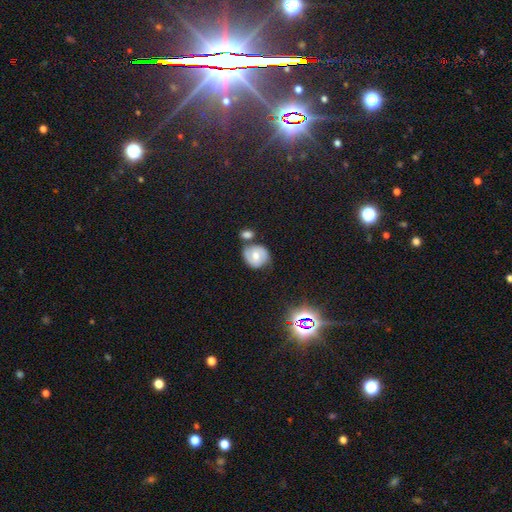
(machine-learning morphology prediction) This appears to be a featured or disk galaxy (46%). Merging: none (54%).